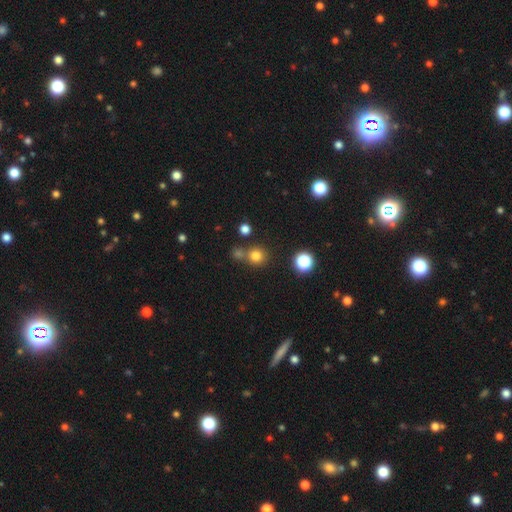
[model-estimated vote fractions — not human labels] smooth 77%, star or artifact 17%, featured or disk 6%. Down the decision tree: how rounded — round (91%); merging — none (68%).